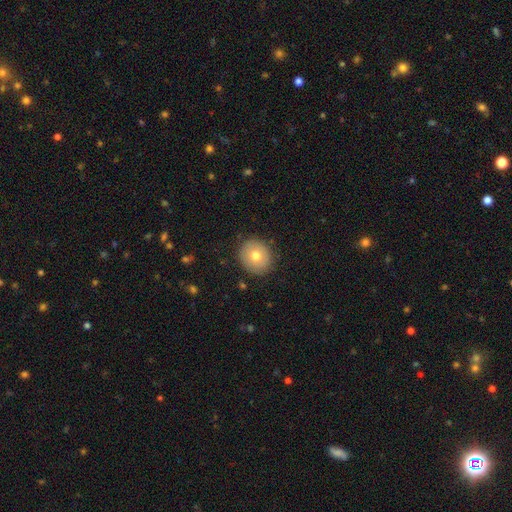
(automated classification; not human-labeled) Overall: smooth (71%). How rounded: round (84%). Merging: none (87%).